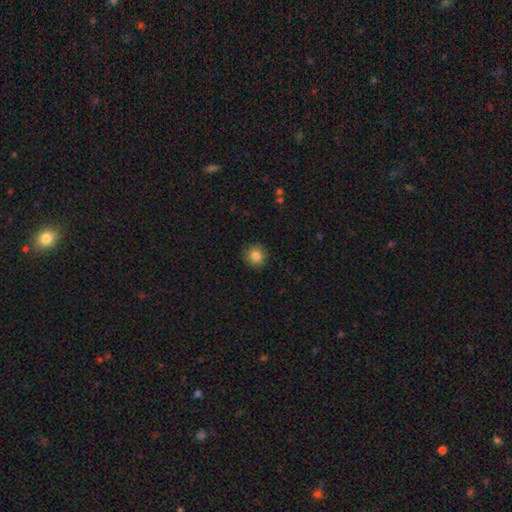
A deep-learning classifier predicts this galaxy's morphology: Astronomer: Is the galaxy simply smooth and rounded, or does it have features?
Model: smooth — 84%.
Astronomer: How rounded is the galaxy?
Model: round — 86%.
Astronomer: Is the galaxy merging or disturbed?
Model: none — 89%.